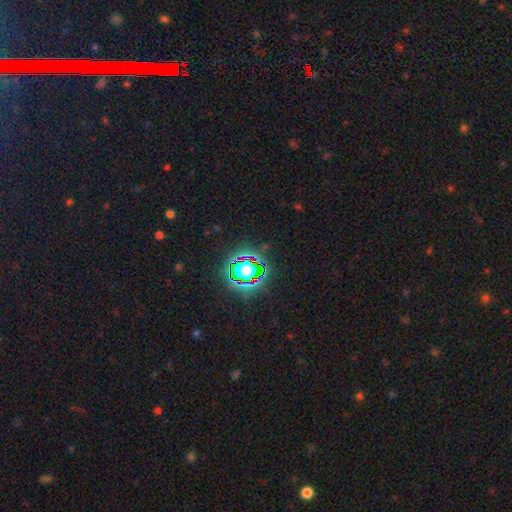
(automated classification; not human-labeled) Smooth or featured: star or artifact — 84% (smooth — 10%)